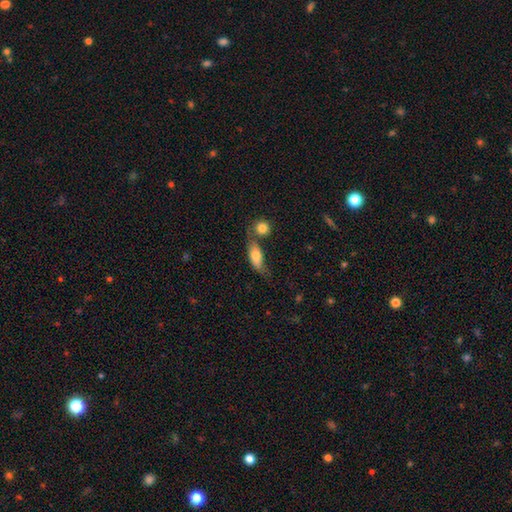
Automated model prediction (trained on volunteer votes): Smooth or featured? Predicted: smooth (p=0.72). How rounded? Predicted: in between (p=0.77). Merging? Predicted: none (p=0.38).